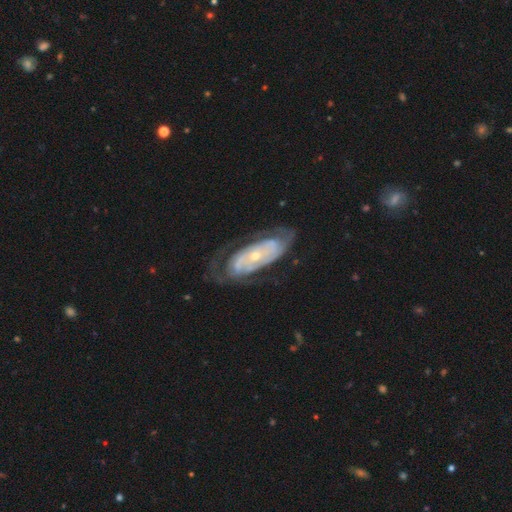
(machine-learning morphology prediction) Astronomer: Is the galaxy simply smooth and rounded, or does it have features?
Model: featured or disk — 81%.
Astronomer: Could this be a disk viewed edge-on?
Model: no — 90%.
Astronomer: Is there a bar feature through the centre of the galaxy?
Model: no — 74%.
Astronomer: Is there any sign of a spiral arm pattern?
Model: yes — 84%.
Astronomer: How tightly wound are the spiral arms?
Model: tight — 64%.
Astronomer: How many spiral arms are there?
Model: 2 — 44% (runner-up: can't tell, 37%).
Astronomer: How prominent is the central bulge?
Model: small — 68%.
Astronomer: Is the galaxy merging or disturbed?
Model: none — 63%.